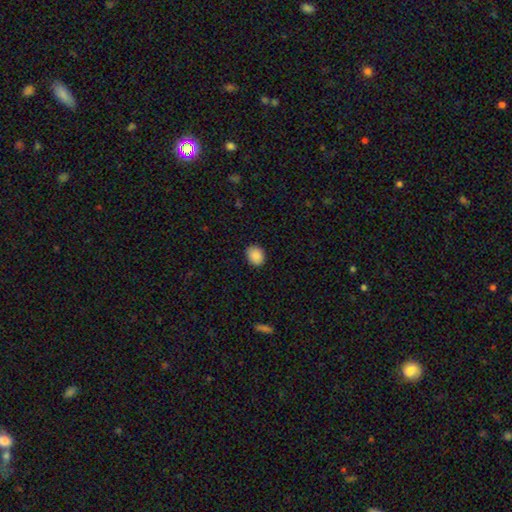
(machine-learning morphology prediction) Smooth or featured? smooth (89%)
How rounded? round (53%)
Merging? none (89%)